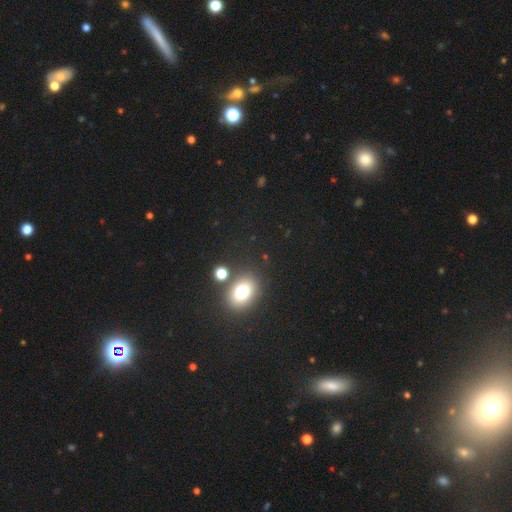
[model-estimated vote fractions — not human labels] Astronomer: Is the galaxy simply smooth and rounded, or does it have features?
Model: star or artifact — 46% (runner-up: smooth, 44%).